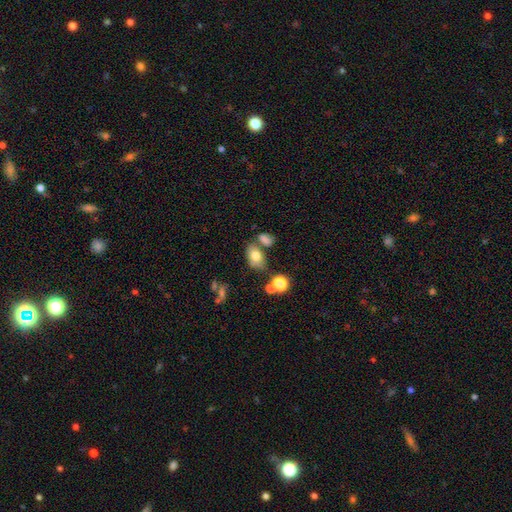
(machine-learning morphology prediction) smooth_or_featured: smooth (p=0.76) [alt: featured or disk p=0.14]
how_rounded: in between (p=0.83) [alt: round p=0.15]
merging: none (p=0.62) [alt: merger p=0.17]